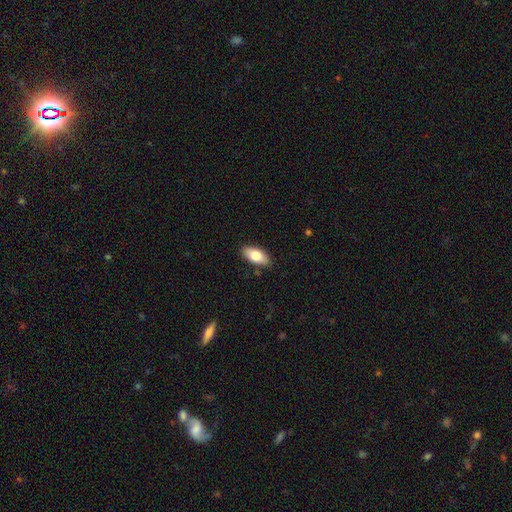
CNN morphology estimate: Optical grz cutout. It shows a smooth galaxy with no disk features (78%) that is in between round and cigar-shaped (89%). Merging: none (87%).